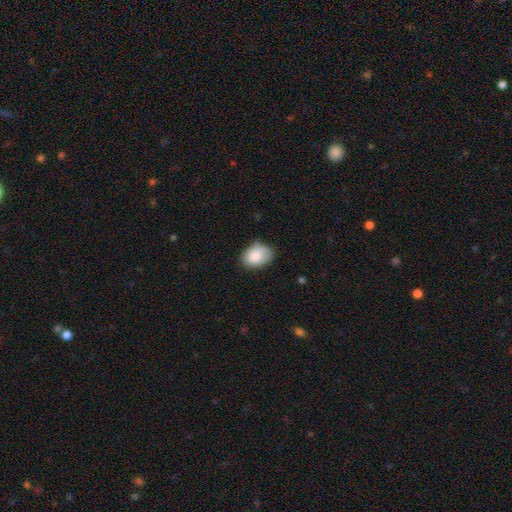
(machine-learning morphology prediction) A smooth galaxy with no disk features (85%) that is in between round and cigar-shaped (79%).

Vote fractions:
- Smooth or featured? smooth: 85% / featured or disk: 8% / star or artifact: 7%
- How rounded? in between: 79% / round: 20% / cigar-shaped: 1%
- Merging? none: 64% / minor disturbance: 28% / major disturbance: 5% / merger: 2%